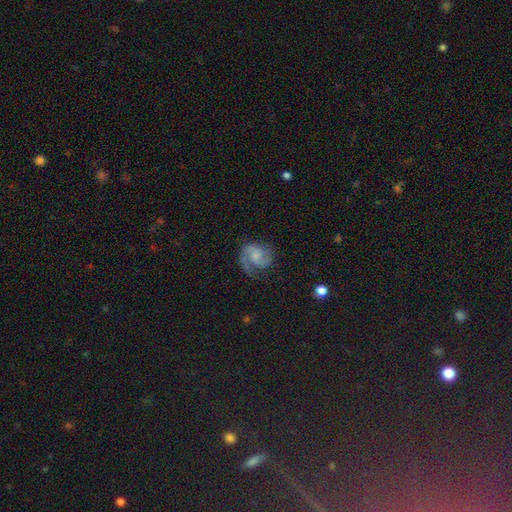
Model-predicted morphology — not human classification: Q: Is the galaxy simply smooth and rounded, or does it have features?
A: featured or disk — 79%.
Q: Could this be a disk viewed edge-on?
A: no — 98%.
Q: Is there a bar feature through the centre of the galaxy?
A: no — 61%.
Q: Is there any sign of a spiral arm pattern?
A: yes — 96%.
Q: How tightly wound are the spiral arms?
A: medium — 52%.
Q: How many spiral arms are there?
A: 2 — 78%.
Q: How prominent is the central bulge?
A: small — 40%.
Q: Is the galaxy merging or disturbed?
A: none — 66%.